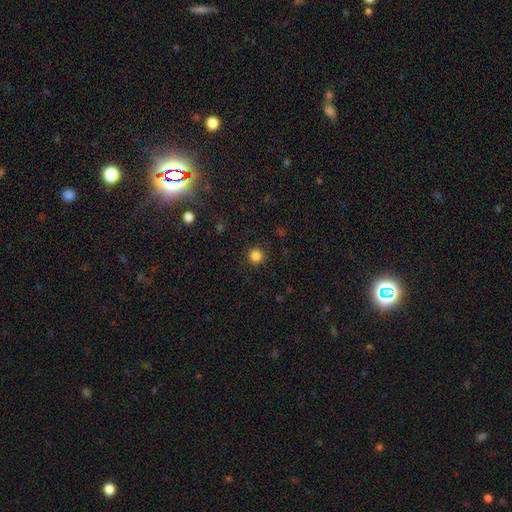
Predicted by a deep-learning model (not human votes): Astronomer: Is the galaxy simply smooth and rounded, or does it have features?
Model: smooth — 84%.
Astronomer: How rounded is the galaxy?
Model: round — 95%.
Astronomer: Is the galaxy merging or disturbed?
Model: none — 92%.